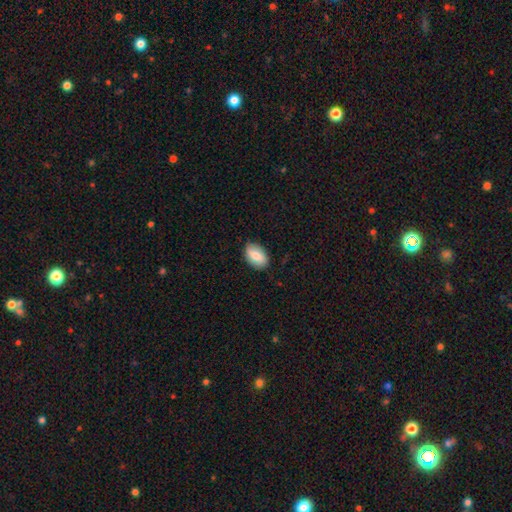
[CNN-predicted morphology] type=smooth (78%); roundness=in between (91%); merging=none (85%).